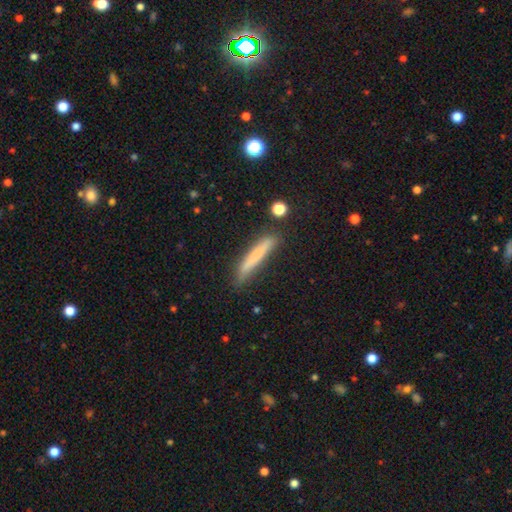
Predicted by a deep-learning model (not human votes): A smooth galaxy with no disk features (71%) that is cigar-shaped (94%). Merging: none (81%).